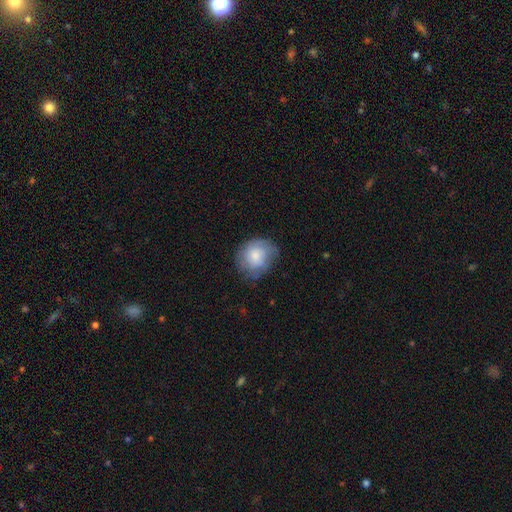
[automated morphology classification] Smooth or featured: smooth — 69% (featured or disk — 24%)
How rounded: round — 68% (in between — 31%)
Merging: none — 62% (minor disturbance — 27%)